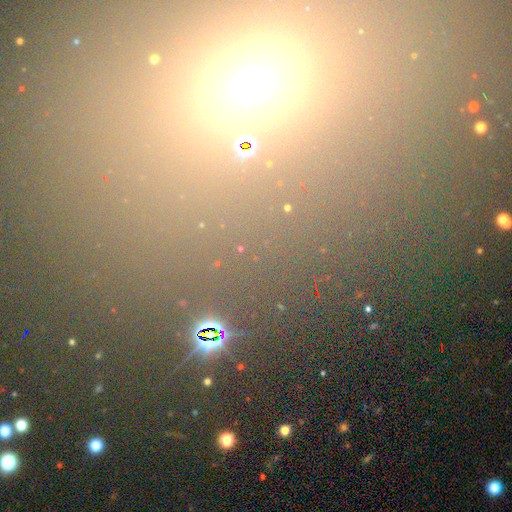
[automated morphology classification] A star or artifact, not a galaxy (67%).

Vote fractions:
- Smooth or featured? star or artifact: 67% / smooth: 24% / featured or disk: 9%